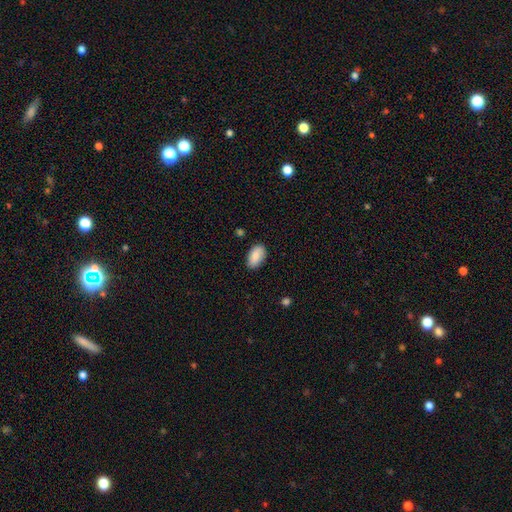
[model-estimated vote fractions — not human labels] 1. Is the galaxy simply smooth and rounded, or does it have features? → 88% smooth, 7% star or artifact, 5% featured or disk.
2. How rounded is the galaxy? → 94% in between, 4% round, 2% cigar-shaped.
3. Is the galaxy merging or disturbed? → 84% none, 12% minor disturbance, 2% major disturbance, 1% merger.